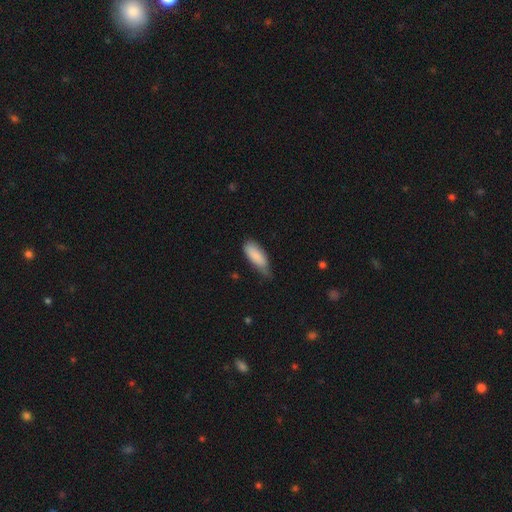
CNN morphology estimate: This is clearly a smooth galaxy (84%). How rounded: likely in between (73%). Merging: possibly minor disturbance (49%).